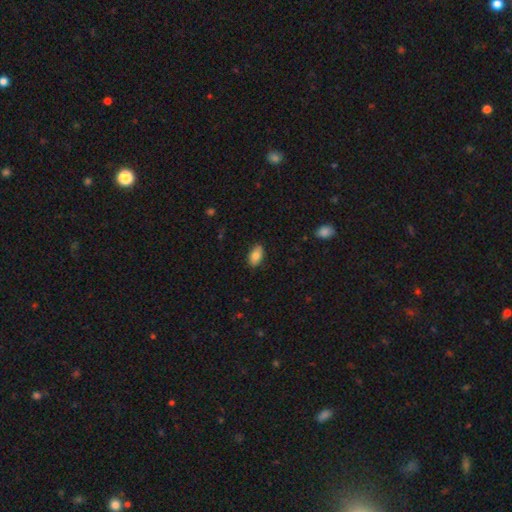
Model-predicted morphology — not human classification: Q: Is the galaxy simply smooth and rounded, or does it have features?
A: smooth — 83%.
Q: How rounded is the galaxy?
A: in between — 92%.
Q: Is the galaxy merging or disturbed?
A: none — 86%.